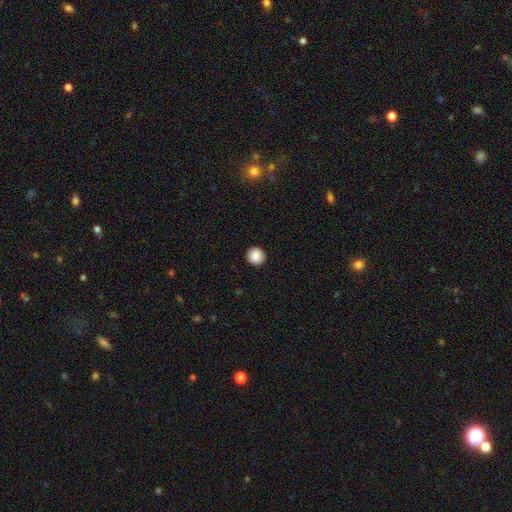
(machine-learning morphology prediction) A smooth galaxy with no disk features (87%) that is round (94%).

Vote fractions:
- Smooth or featured? smooth: 87% / star or artifact: 9% / featured or disk: 5%
- How rounded? round: 94% / in between: 5% / cigar-shaped: 1%
- Merging? none: 93% / minor disturbance: 5% / major disturbance: 2% / merger: 1%